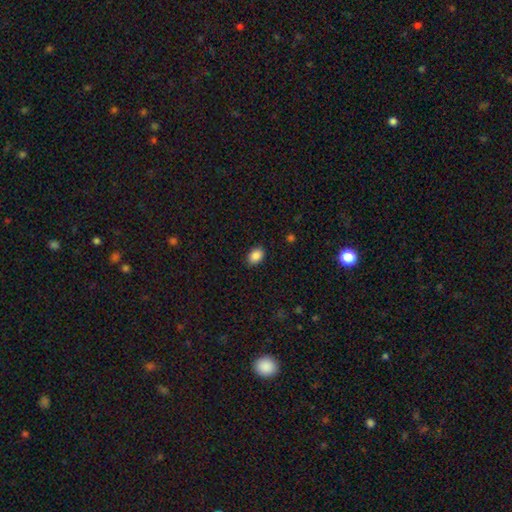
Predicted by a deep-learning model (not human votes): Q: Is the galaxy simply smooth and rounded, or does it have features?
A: smooth — 88%.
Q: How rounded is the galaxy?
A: in between — 78%.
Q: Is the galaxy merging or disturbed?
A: none — 88%.